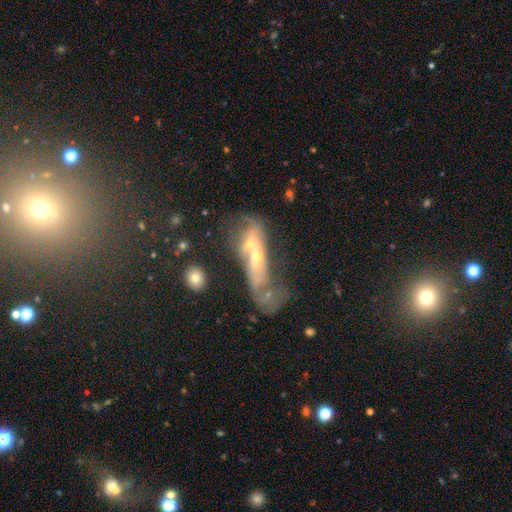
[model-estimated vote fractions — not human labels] Smooth or featured? featured or disk (55%)
Edge-on disk? no (69%)
Merging? merger (52%)